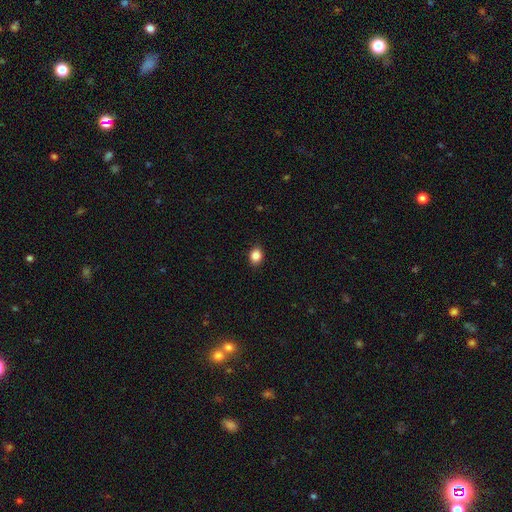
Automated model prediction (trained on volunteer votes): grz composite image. It shows a smooth galaxy with no disk features (86%) that is in between round and cigar-shaped (51%). Merging: none (89%).